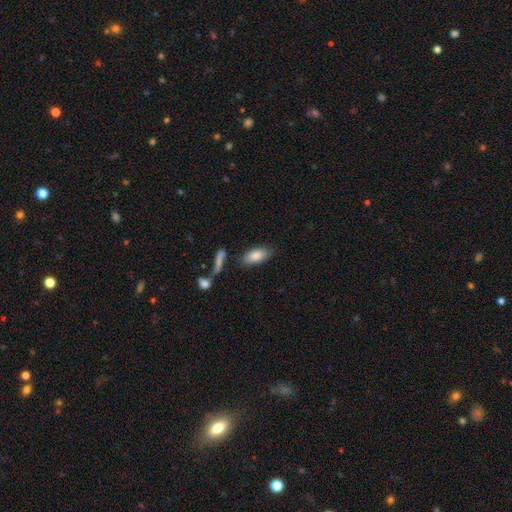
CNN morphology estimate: smooth-or-featured: smooth: 84% | featured or disk: 10% | star or artifact: 6%
  how-rounded: in between: 89% | cigar-shaped: 9% | round: 3%
  merging: none: 75% | minor disturbance: 14% | merger: 6% | major disturbance: 4%